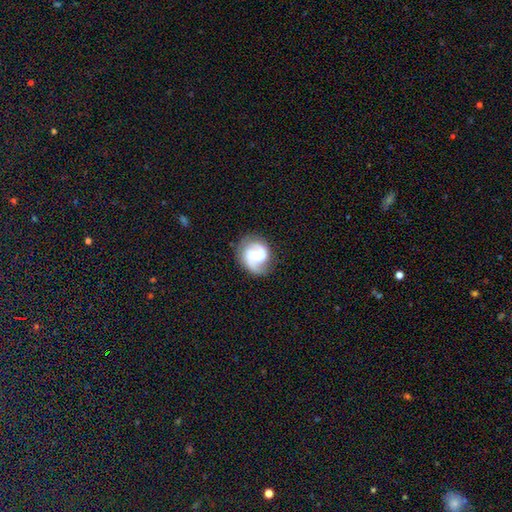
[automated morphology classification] Q: Smooth or featured?
A: featured or disk (76%); runner-up: smooth (17%)
Q: Edge-on disk?
A: no (98%); runner-up: yes (2%)
Q: Bar?
A: no (46%); runner-up: weak (39%)
Q: Spiral arms?
A: yes (95%); runner-up: no (5%)
Q: Spiral winding?
A: medium (46%); runner-up: tight (31%)
Q: Spiral arm count?
A: 2 (76%); runner-up: 1 (13%)
Q: Bulge size?
A: none (38%); runner-up: small (25%)
Q: Merging?
A: none (68%); runner-up: minor disturbance (19%)